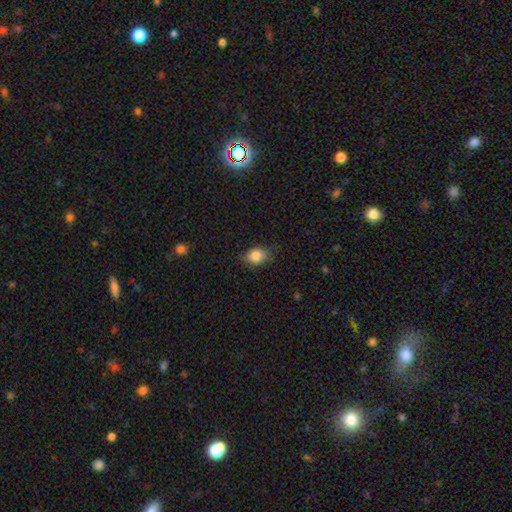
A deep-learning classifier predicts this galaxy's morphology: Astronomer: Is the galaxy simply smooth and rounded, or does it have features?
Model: smooth — 84%.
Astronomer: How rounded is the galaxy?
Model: in between — 68%.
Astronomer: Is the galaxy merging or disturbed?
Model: none — 77%.